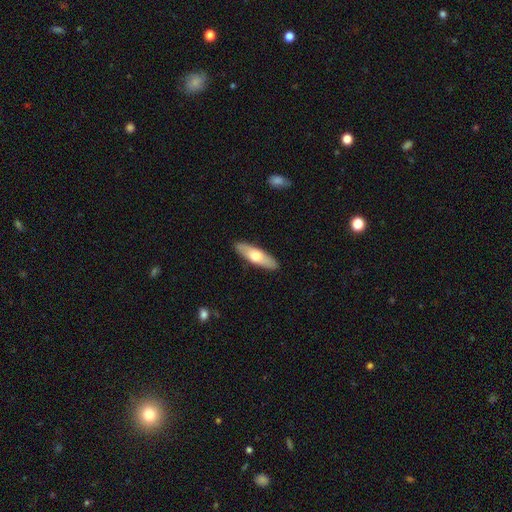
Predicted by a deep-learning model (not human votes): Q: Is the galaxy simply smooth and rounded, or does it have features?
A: smooth — 59%.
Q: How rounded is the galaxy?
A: cigar-shaped — 54%.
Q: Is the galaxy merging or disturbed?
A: none — 90%.